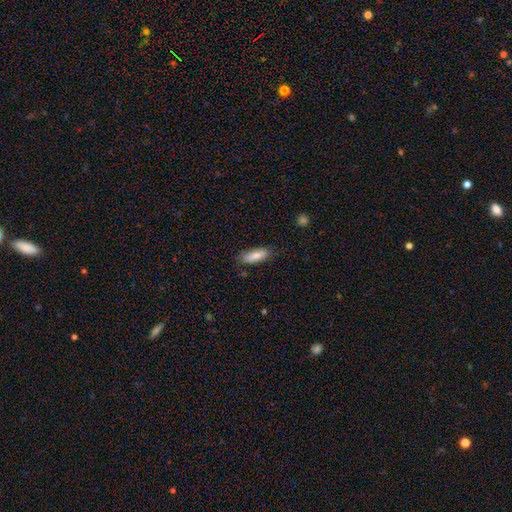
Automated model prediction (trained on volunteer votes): This appears to be a smooth galaxy with no disk features (76%) that is in between round and cigar-shaped (64%). Merging: none (77%).